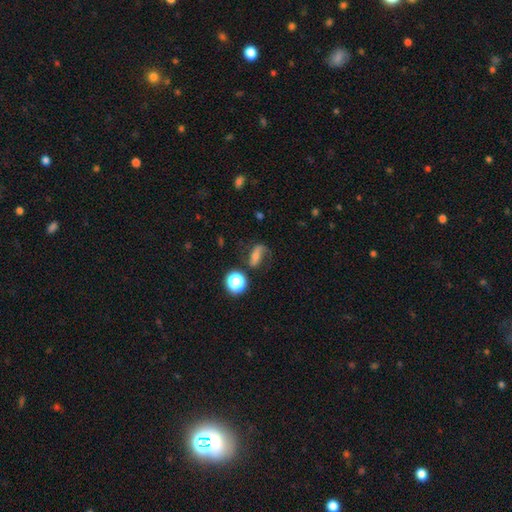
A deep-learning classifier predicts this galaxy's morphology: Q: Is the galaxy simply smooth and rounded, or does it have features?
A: featured or disk — 50%.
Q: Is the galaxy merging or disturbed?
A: none — 52%.